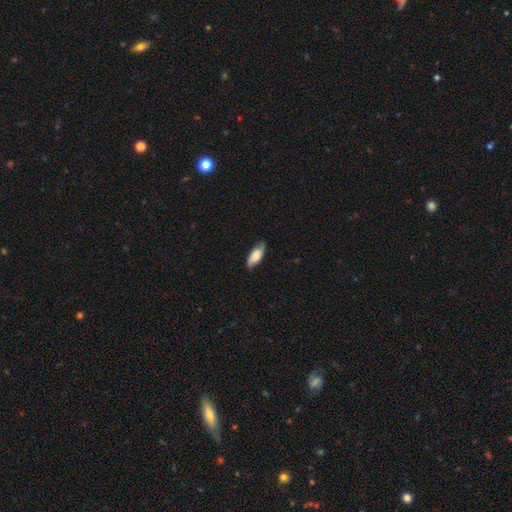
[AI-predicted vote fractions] A smooth galaxy with no disk features (64%) that is in between round and cigar-shaped (82%). Merging: none (74%).